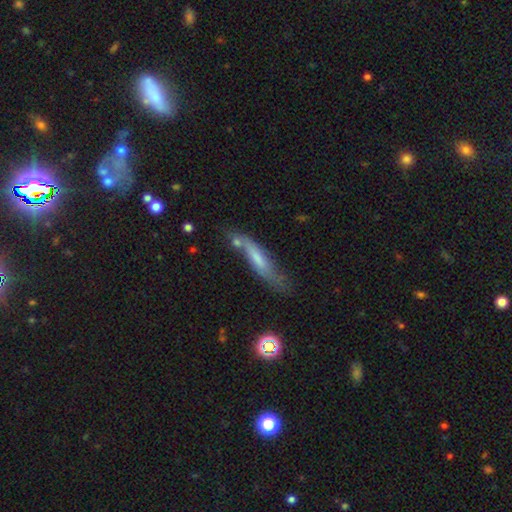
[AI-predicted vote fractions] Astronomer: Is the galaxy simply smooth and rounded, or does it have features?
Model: smooth — 50% (runner-up: featured or disk, 41%).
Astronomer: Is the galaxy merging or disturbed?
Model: none — 55%.